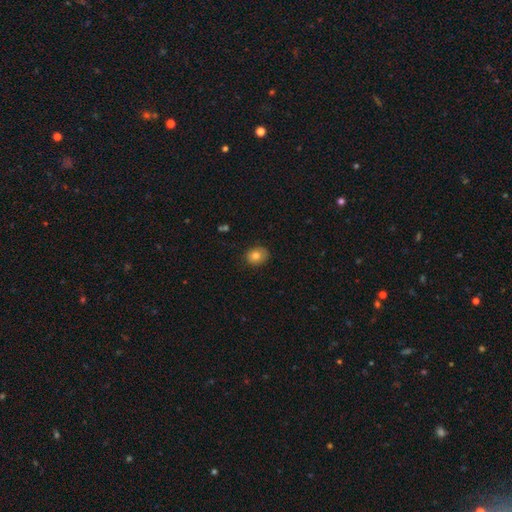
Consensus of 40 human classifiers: smooth_or_featured: smooth (p=0.85) [alt: star or artifact p=0.10]
how_rounded: round (p=0.68) [alt: in between p=0.32]
merging: none (p=0.78) [alt: minor disturbance p=0.19]